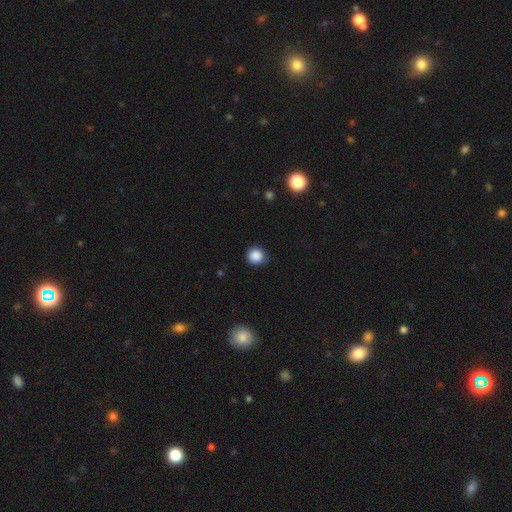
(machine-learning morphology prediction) smooth-or-featured: smooth: 87% | star or artifact: 10% | featured or disk: 3%
  how-rounded: round: 91% | in between: 8% | cigar-shaped: 1%
  merging: none: 85% | minor disturbance: 11% | major disturbance: 2% | merger: 1%